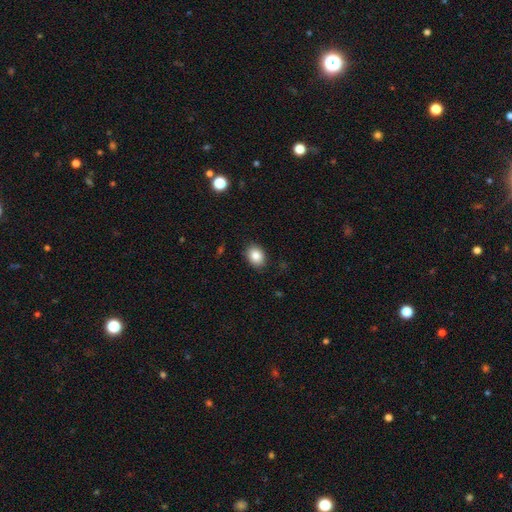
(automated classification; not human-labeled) smooth_or_featured: smooth (p=0.85) [alt: star or artifact p=0.09]
how_rounded: in between (p=0.64) [alt: round p=0.35]
merging: none (p=0.88) [alt: minor disturbance p=0.09]